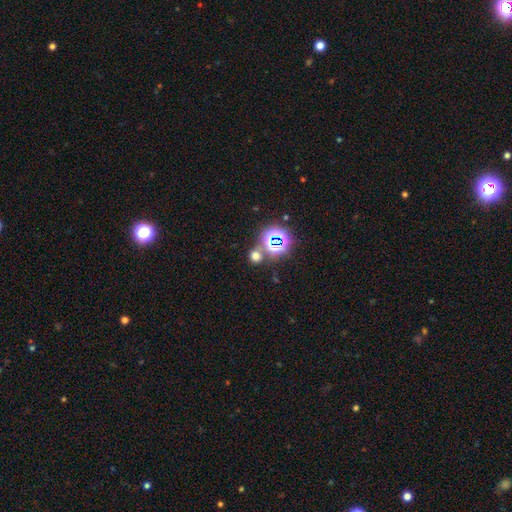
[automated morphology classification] smooth_or_featured: smooth (p=0.57) [alt: star or artifact p=0.36]
how_rounded: round (p=0.82) [alt: in between p=0.16]
merging: none (p=0.71) [alt: merger p=0.17]